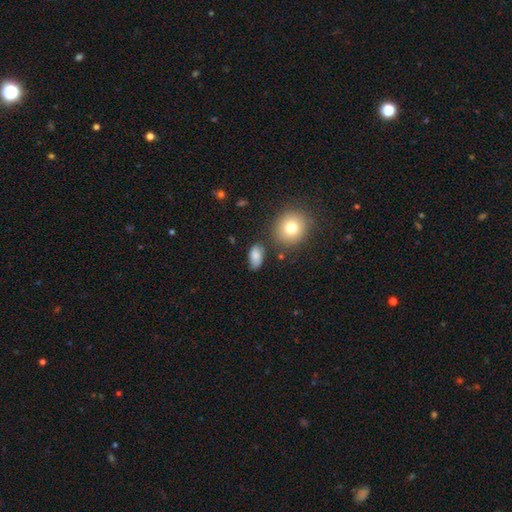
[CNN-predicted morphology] Overall: smooth (77%). How rounded: in between (87%). Merging: none (70%).